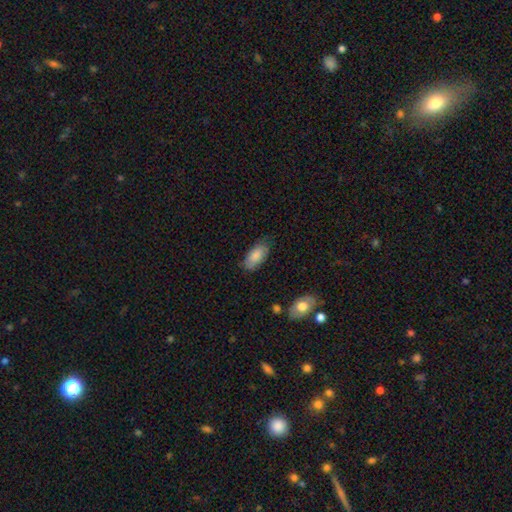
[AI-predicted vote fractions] Smooth or featured? Predicted: smooth (p=0.80). How rounded? Predicted: in between (p=0.91). Merging? Predicted: none (p=0.71).